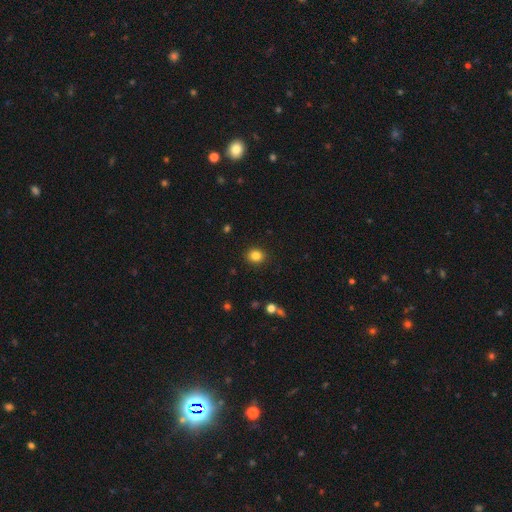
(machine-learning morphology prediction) type=smooth (83%); roundness=round (80%); merging=none (91%).